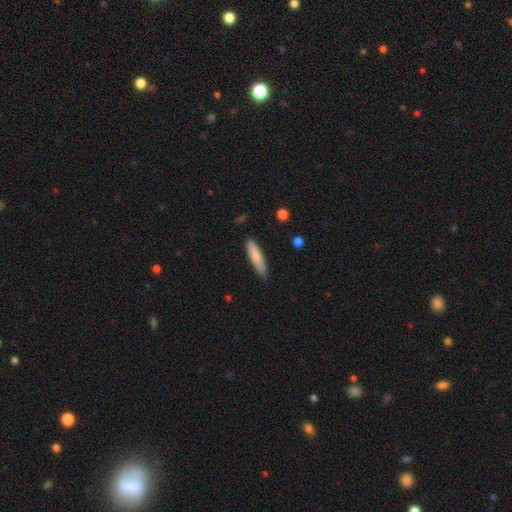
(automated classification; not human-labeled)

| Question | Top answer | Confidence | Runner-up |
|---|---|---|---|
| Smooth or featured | smooth | 81% | featured or disk (14%) |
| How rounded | cigar-shaped | 78% | in between (21%) |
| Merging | none | 80% | minor disturbance (16%) |